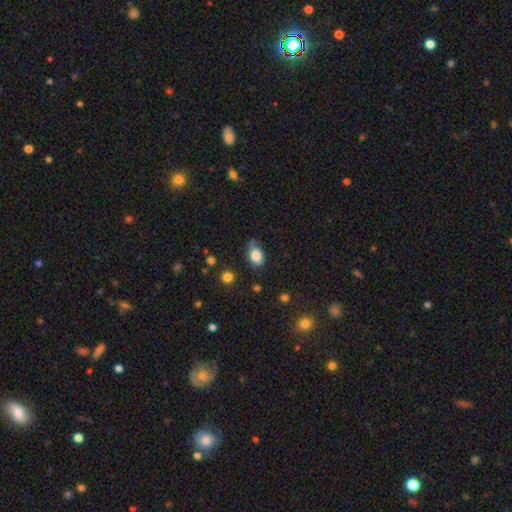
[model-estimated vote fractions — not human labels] A smooth galaxy with no disk features (78%) that is in between round and cigar-shaped (76%). Merging: none (48%).